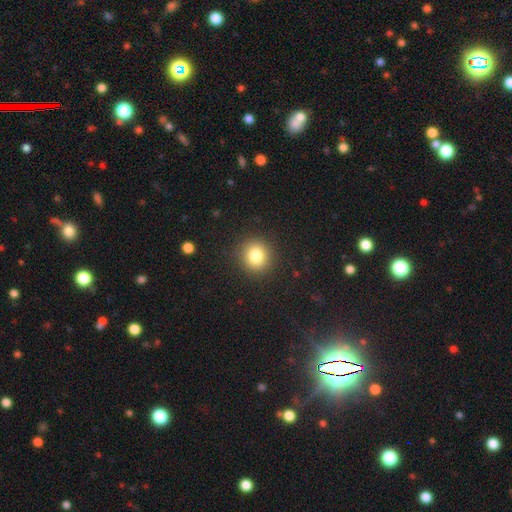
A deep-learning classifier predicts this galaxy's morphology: A smooth galaxy with no disk features (82%) that is round (89%).

Vote fractions:
- Smooth or featured? smooth: 82% / star or artifact: 11% / featured or disk: 7%
- How rounded? round: 89% / in between: 10% / cigar-shaped: 1%
- Merging? none: 90% / minor disturbance: 6% / major disturbance: 3% / merger: 1%